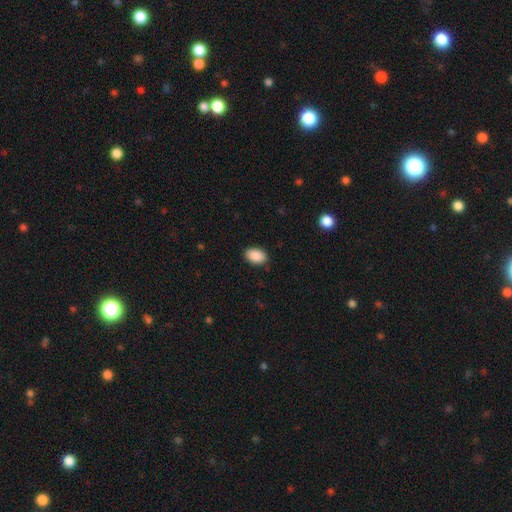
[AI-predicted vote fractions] smooth 90%, star or artifact 7%, featured or disk 3%. Down the decision tree: how rounded — in between (88%); merging — none (87%).